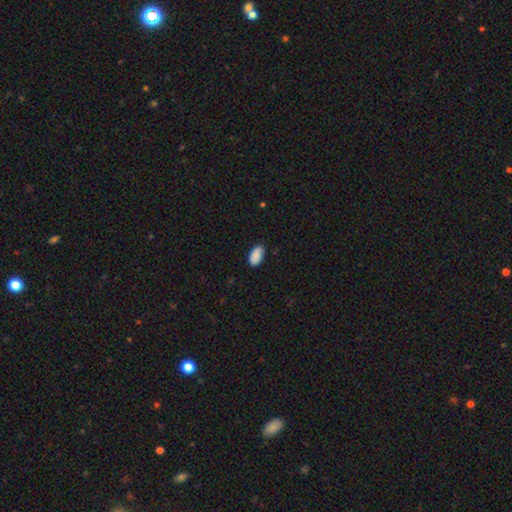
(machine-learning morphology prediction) The model was most divided on "merging": none: 81%, minor disturbance: 15%, major disturbance: 2%, merger: 1%. More confident: how rounded — in between (95%); smooth or featured — smooth (88%).